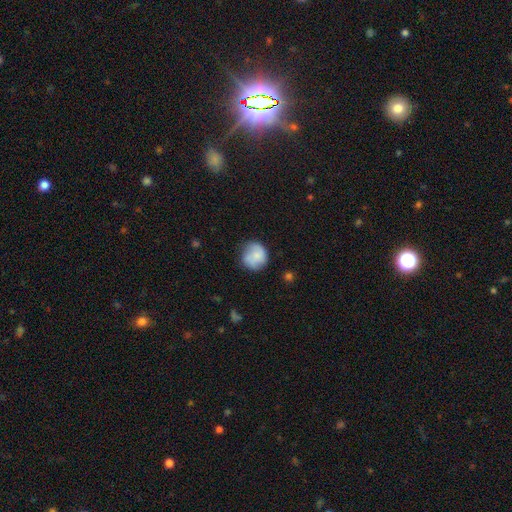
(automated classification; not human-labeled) Morphology: type=smooth (76%); roundness=round (83%); merging=none (60%).